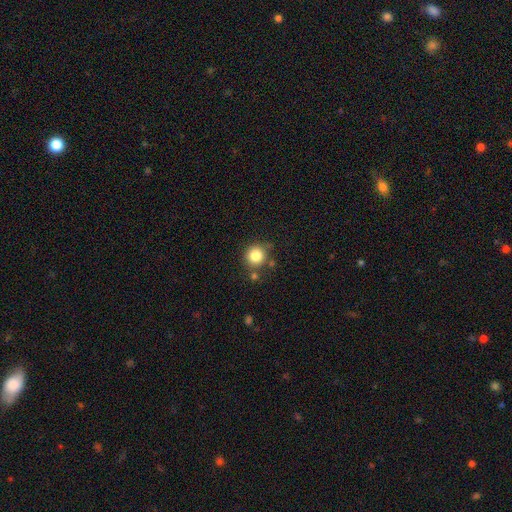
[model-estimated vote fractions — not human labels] smooth-or-featured: smooth: 82% | star or artifact: 11% | featured or disk: 6%
  how-rounded: round: 93% | in between: 6% | cigar-shaped: 1%
  merging: none: 75% | minor disturbance: 13% | merger: 8% | major disturbance: 4%